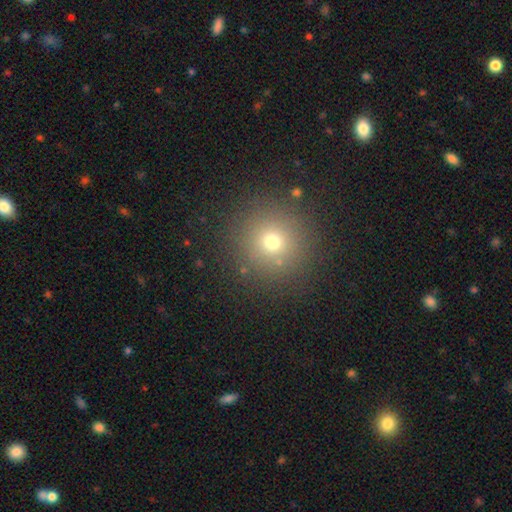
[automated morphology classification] Q: Smooth or featured?
A: smooth (67%); runner-up: star or artifact (24%)
Q: How rounded?
A: round (96%); runner-up: in between (3%)
Q: Merging?
A: none (91%); runner-up: minor disturbance (5%)